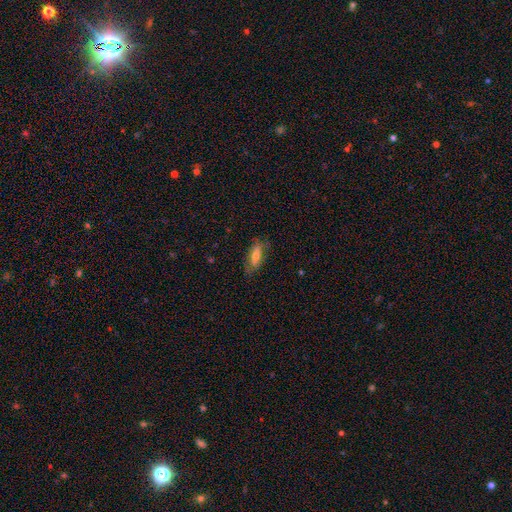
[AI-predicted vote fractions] This is possibly a smooth galaxy (57%). How rounded: likely in between (70%). Merging: likely none (73%).